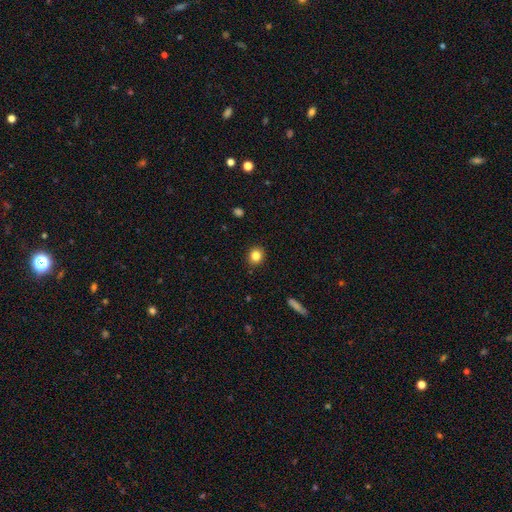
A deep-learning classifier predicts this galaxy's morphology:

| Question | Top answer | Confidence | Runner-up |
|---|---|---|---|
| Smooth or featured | smooth | 84% | star or artifact (11%) |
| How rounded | round | 83% | in between (15%) |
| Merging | none | 91% | minor disturbance (6%) |